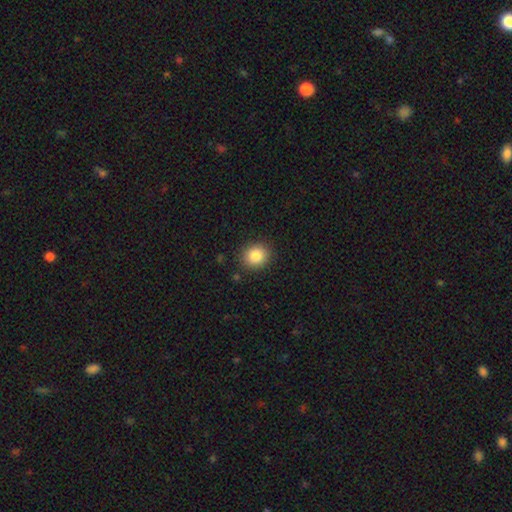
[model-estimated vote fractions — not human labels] A smooth galaxy with no disk features (84%) that is round (77%).

Vote fractions:
- Smooth or featured? smooth: 84% / star or artifact: 10% / featured or disk: 6%
- How rounded? round: 77% / in between: 22% / cigar-shaped: 1%
- Merging? none: 89% / minor disturbance: 8% / major disturbance: 2% / merger: 1%